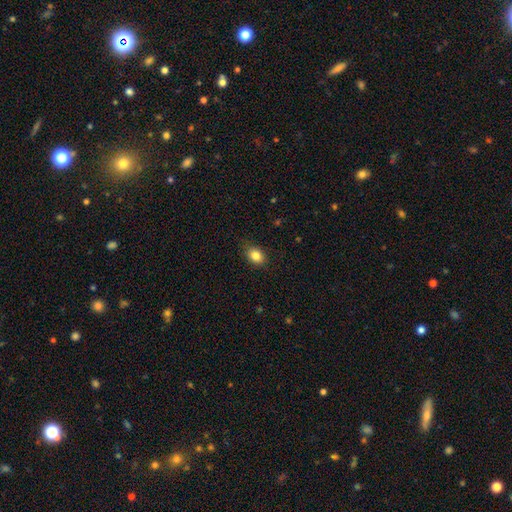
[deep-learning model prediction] Overall: smooth (85%). How rounded: in between (64%; round 34%). Merging: none (86%).